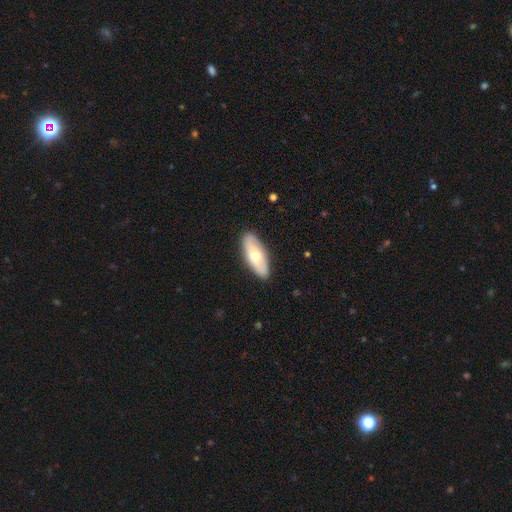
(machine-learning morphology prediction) A smooth galaxy with no disk features (57%) that is in between round and cigar-shaped (76%). Merging: none (88%).